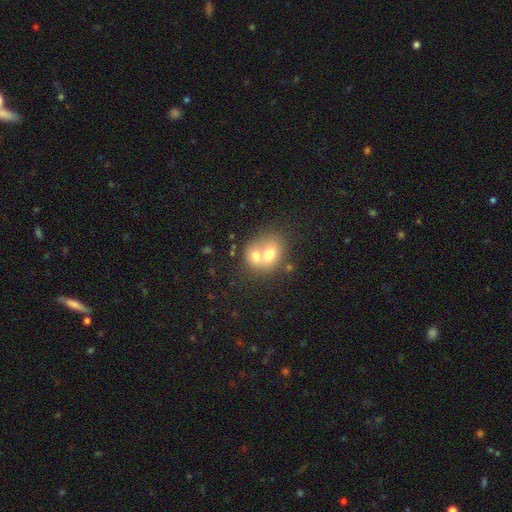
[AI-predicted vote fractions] Overall: smooth (65%; featured or disk 26%). How rounded: round (52%; in between 47%). Merging: merger (70%).